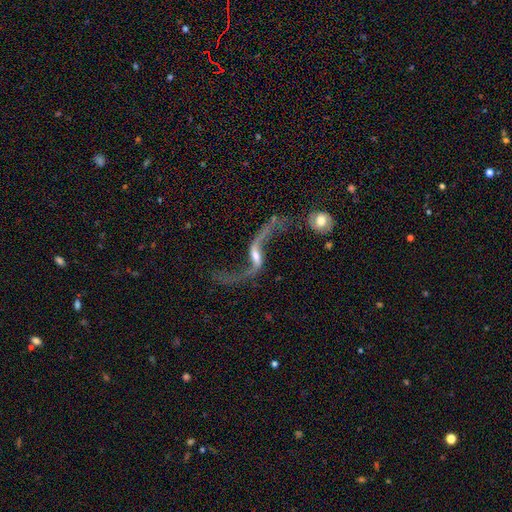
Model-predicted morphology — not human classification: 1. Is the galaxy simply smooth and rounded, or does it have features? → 88% featured or disk, 6% smooth, 6% star or artifact.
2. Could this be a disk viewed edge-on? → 90% no, 10% yes.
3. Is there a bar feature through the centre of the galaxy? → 41% weak, 39% strong, 21% no.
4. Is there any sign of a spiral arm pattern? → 94% yes, 6% no.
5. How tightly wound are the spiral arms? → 96% loose, 3% medium, 1% tight.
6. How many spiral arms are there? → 93% 2, 3% 1, 1% can't tell, 1% 3, 1% 4, 1% more than 4.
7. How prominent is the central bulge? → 43% moderate, 35% small, 10% none, 9% large, 2% dominant.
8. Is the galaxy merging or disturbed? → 51% none, 20% major disturbance, 15% minor disturbance, 14% merger.